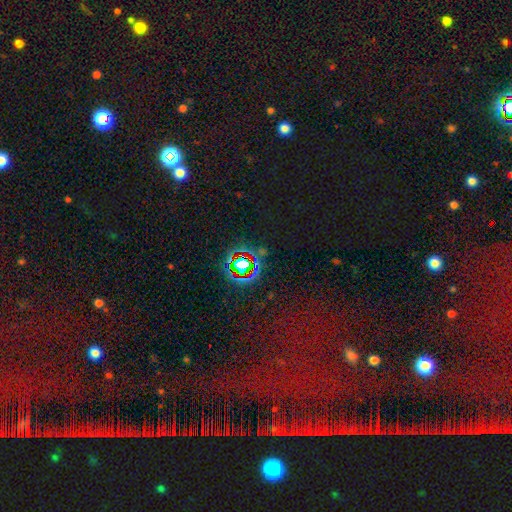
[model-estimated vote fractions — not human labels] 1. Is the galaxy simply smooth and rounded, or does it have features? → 70% star or artifact, 18% smooth, 12% featured or disk.